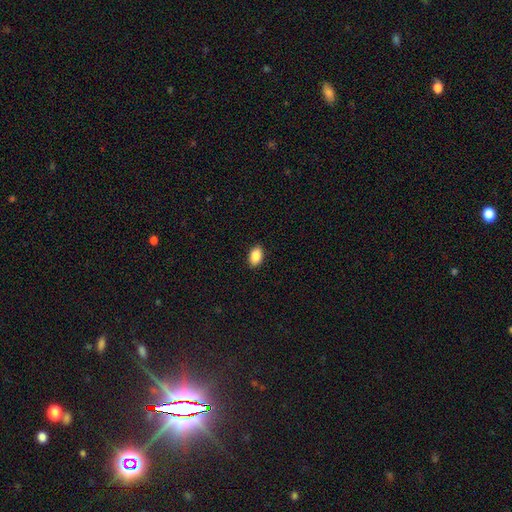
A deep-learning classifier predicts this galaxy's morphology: Smooth or featured?
  - smooth: 88% *
  - star or artifact: 8%
  - featured or disk: 4%
How rounded?
  - in between: 90% *
  - round: 9%
  - cigar-shaped: 1%
Merging?
  - none: 90% *
  - minor disturbance: 7%
  - major disturbance: 2%
  - merger: 1%